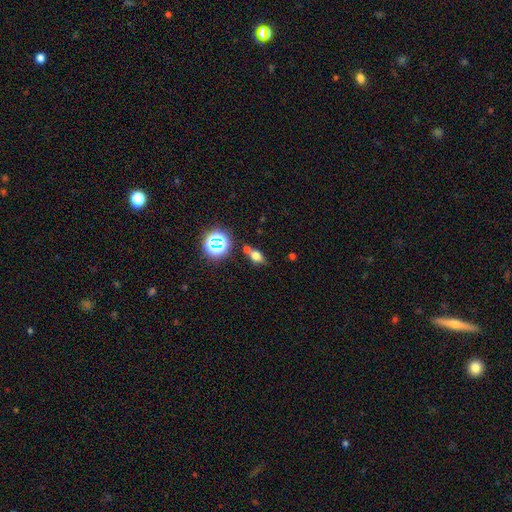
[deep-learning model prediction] Smooth or featured? Predicted: smooth (p=0.65). How rounded? Predicted: in between (p=0.67). Merging? Predicted: none (p=0.61).